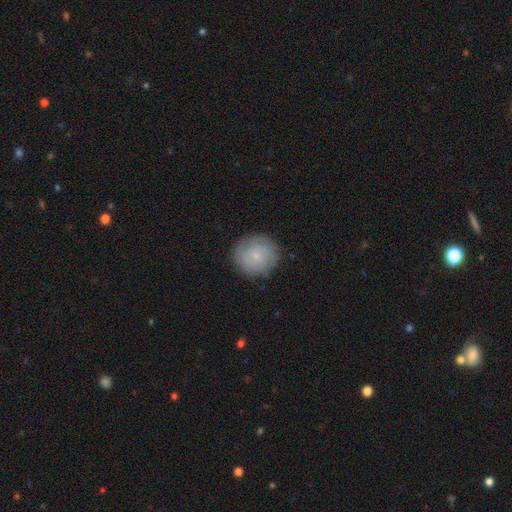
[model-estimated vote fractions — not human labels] Smooth or featured? Predicted: smooth (p=0.72). How rounded? Predicted: round (p=0.92). Merging? Predicted: none (p=0.87).